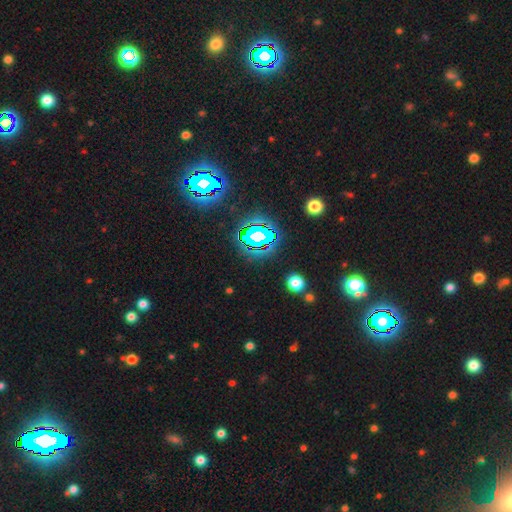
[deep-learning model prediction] star or artifact 82%, smooth 11%, featured or disk 7%.